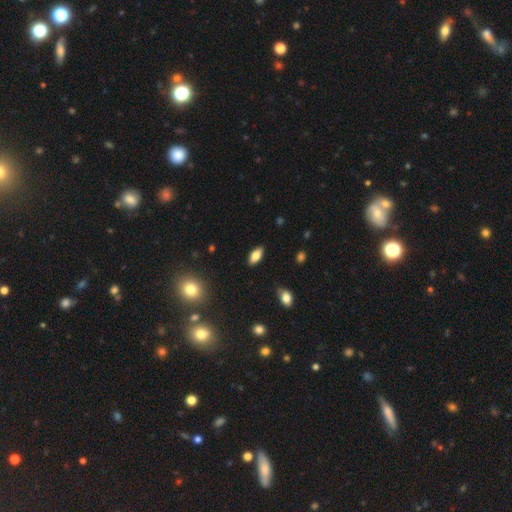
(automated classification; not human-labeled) Smooth or featured: smooth — 76% (featured or disk — 16%)
How rounded: in between — 86% (cigar-shaped — 11%)
Merging: none — 86% (minor disturbance — 11%)